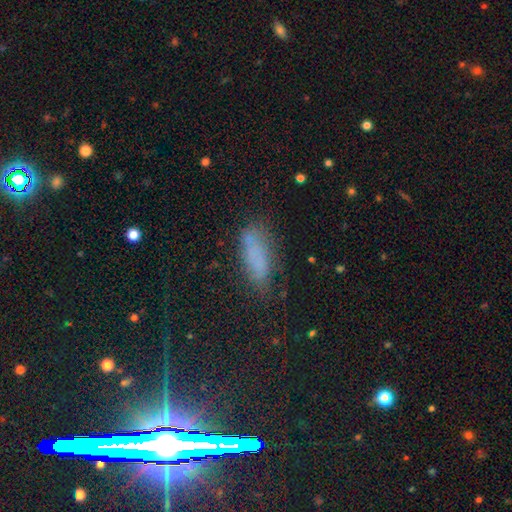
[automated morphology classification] This appears to be a smooth galaxy with no disk features (67%) that is in between round and cigar-shaped (63%). Merging: none (65%).